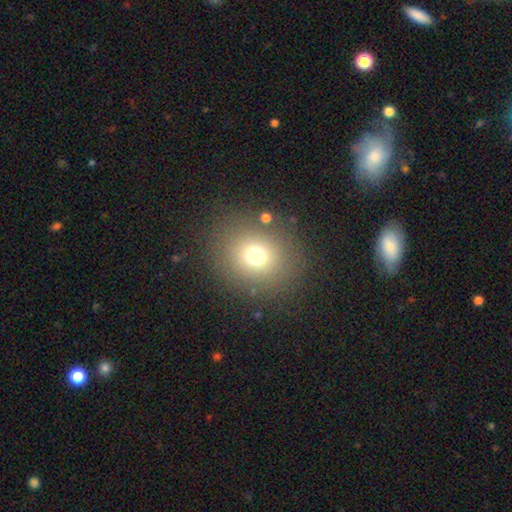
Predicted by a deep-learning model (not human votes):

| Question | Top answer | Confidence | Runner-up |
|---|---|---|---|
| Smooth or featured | smooth | 71% | star or artifact (19%) |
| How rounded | round | 81% | in between (18%) |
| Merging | none | 84% | minor disturbance (8%) |